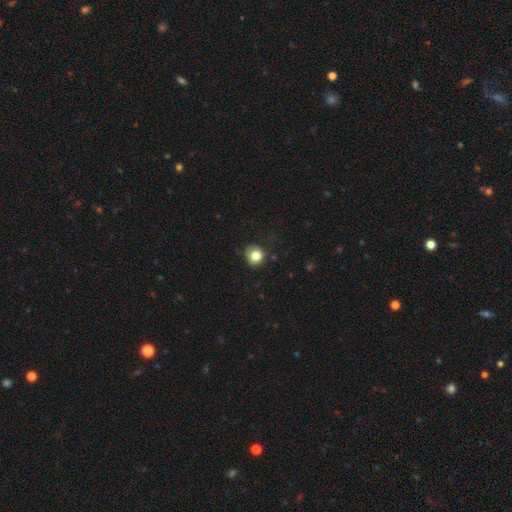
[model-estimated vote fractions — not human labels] Q: Smooth or featured?
A: smooth (82%); runner-up: star or artifact (11%)
Q: How rounded?
A: round (88%); runner-up: in between (11%)
Q: Merging?
A: none (76%); runner-up: minor disturbance (18%)